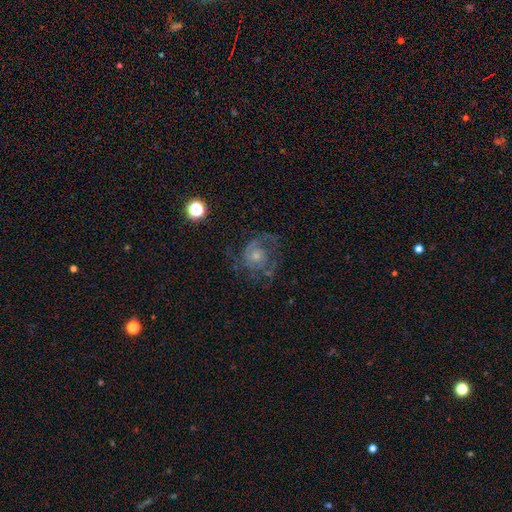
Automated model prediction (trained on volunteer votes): Q: Smooth or featured?
A: featured or disk (72%); runner-up: smooth (16%)
Q: Edge-on disk?
A: no (98%); runner-up: yes (2%)
Q: Bar?
A: no (79%); runner-up: weak (18%)
Q: Spiral arms?
A: yes (86%); runner-up: no (14%)
Q: Spiral winding?
A: tight (44%); runner-up: medium (41%)
Q: Spiral arm count?
A: 2 (41%); runner-up: can't tell (29%)
Q: Bulge size?
A: small (50%); runner-up: moderate (40%)
Q: Merging?
A: none (63%); runner-up: major disturbance (18%)